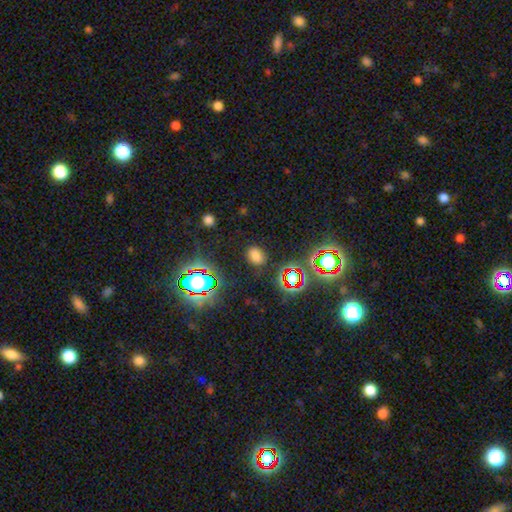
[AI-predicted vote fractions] This is likely a smooth galaxy (66%). How rounded: likely in between (64%). Merging: clearly none (85%).